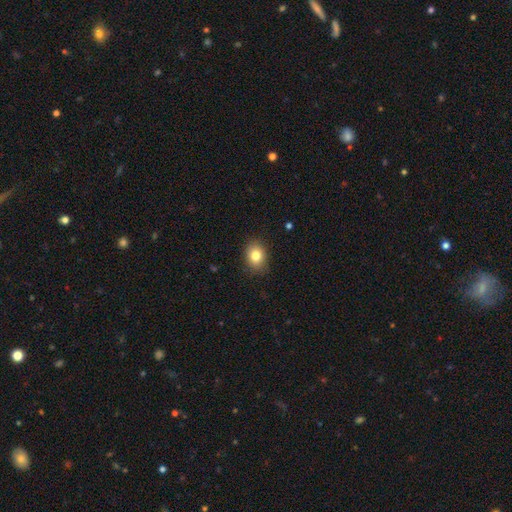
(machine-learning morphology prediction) smooth 82%, star or artifact 10%, featured or disk 8%. Down the decision tree: how rounded — in between (58%); merging — none (86%).